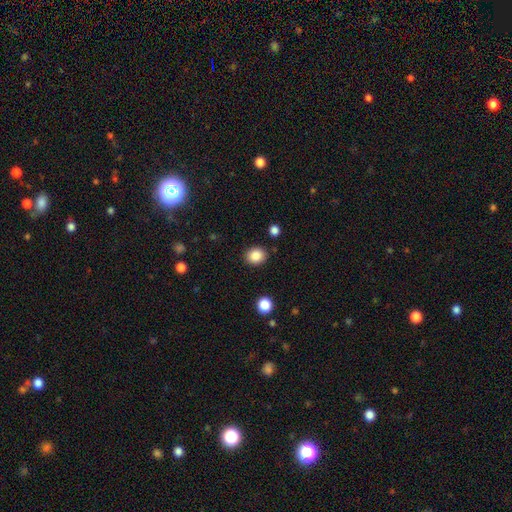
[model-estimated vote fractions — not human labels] This appears to be a smooth galaxy with no disk features (86%) that is round (64%). Merging: none (88%).